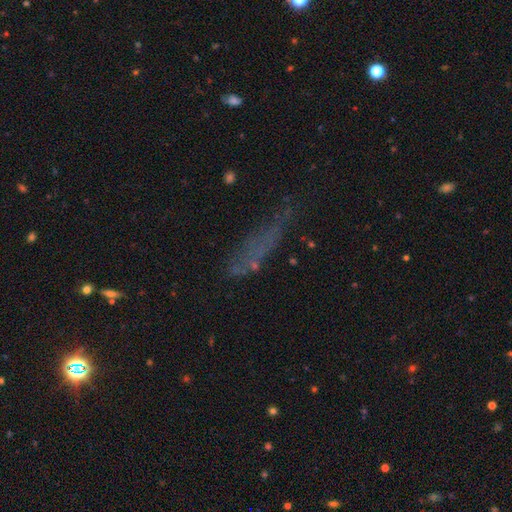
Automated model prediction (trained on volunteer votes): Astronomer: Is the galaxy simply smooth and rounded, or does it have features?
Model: smooth — 45% (runner-up: featured or disk, 28%).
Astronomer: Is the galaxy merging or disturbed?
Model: none — 48% (runner-up: major disturbance, 24%).